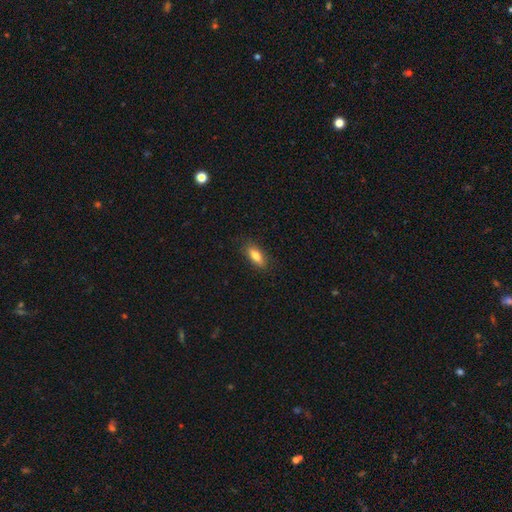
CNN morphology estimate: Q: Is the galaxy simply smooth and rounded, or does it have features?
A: smooth — 81%.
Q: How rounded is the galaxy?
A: in between — 73%.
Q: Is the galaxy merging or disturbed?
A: none — 85%.